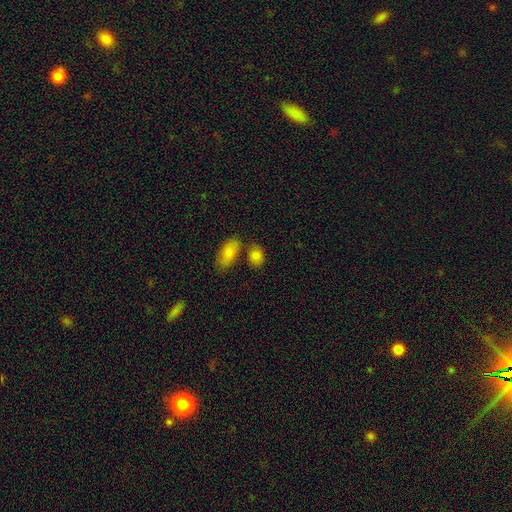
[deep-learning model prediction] Smooth or featured? smooth (84%)
How rounded? in between (71%)
Merging? none (58%)